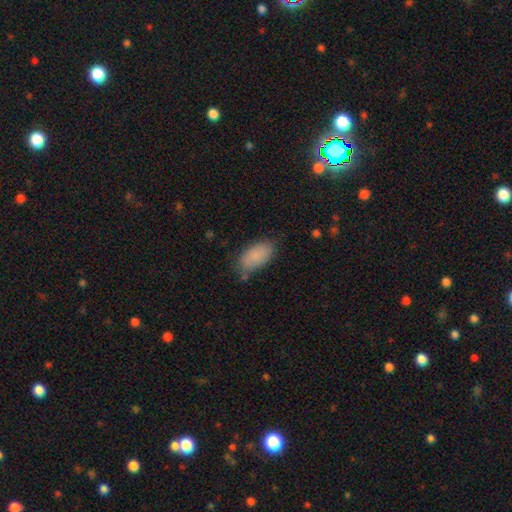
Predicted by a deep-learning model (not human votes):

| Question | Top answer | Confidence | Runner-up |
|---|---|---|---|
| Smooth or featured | smooth | 87% | star or artifact (7%) |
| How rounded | in between | 93% | cigar-shaped (4%) |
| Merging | none | 71% | minor disturbance (21%) |